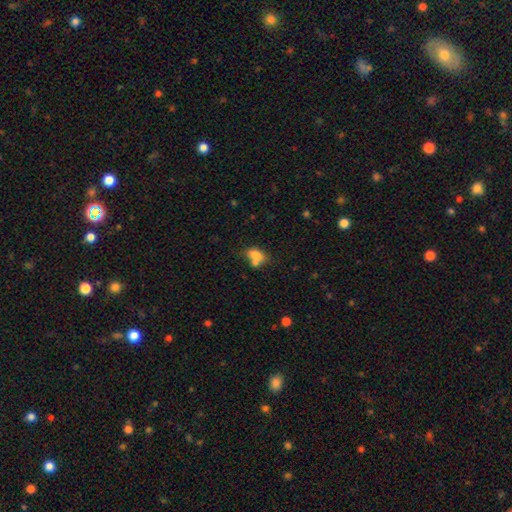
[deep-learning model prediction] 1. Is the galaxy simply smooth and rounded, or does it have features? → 76% smooth, 13% featured or disk, 11% star or artifact.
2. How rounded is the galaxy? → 76% in between, 22% round, 2% cigar-shaped.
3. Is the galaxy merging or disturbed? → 40% merger, 36% none, 16% minor disturbance, 8% major disturbance.